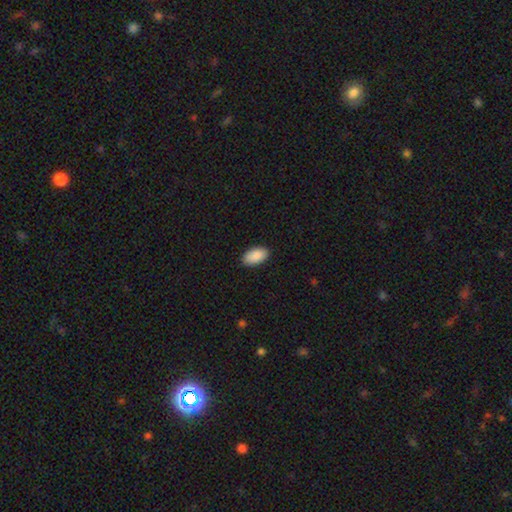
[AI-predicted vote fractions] A smooth galaxy with no disk features (90%) that is in between round and cigar-shaped (95%). Merging: none (89%).